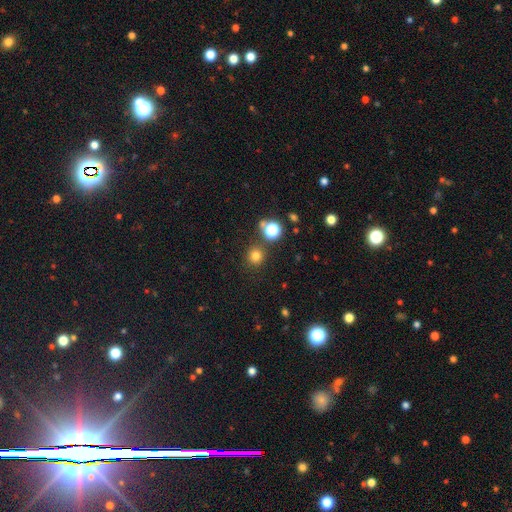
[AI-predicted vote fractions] This appears to be a smooth galaxy with no disk features (77%) that is round (92%). Merging: none (84%).